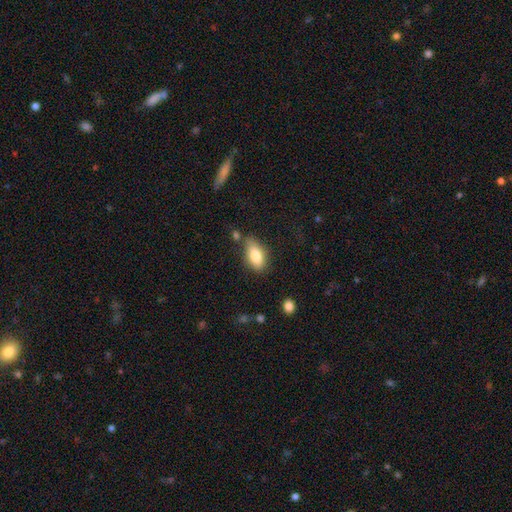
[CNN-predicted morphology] smooth-or-featured: smooth: 81% | featured or disk: 12% | star or artifact: 7%
  how-rounded: in between: 89% | cigar-shaped: 7% | round: 4%
  merging: none: 68% | minor disturbance: 21% | merger: 6% | major disturbance: 5%